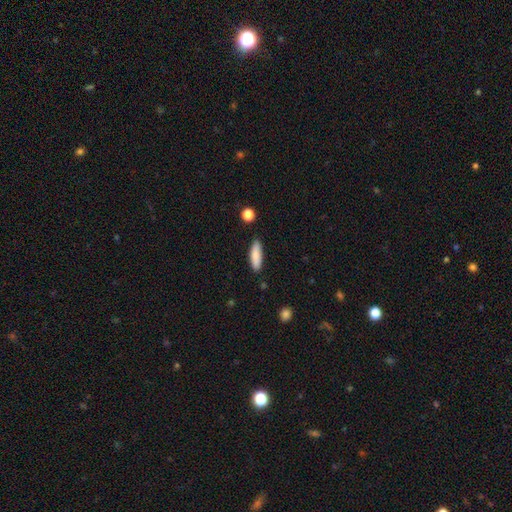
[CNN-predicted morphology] Overall: smooth (85%). How rounded: cigar-shaped (57%; in between 42%). Merging: none (87%).